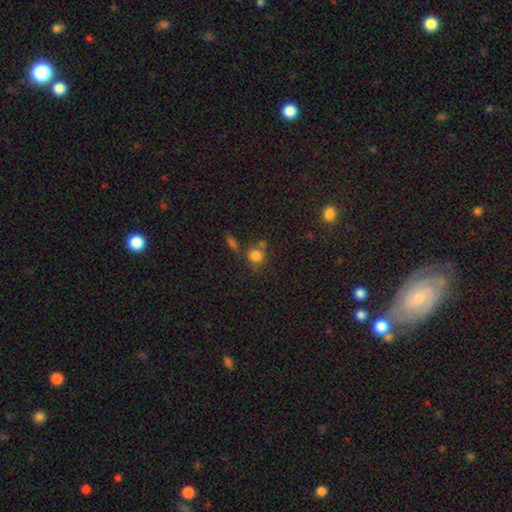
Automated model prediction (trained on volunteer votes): Overall: smooth (78%). How rounded: round (83%). Merging: none (57%; merger 22%).